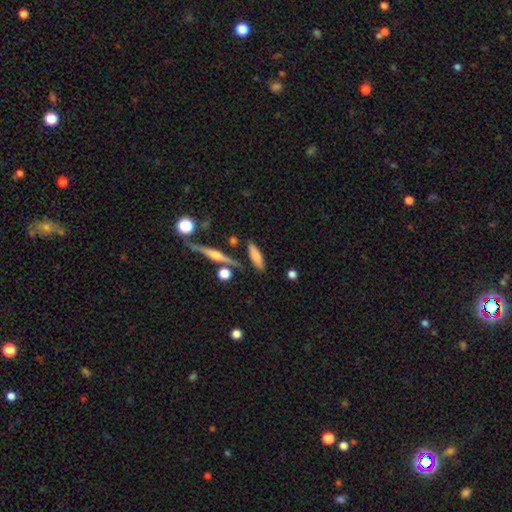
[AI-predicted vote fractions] Morphology: type=smooth (72%); roundness=cigar-shaped (50%); merging=none (75%).